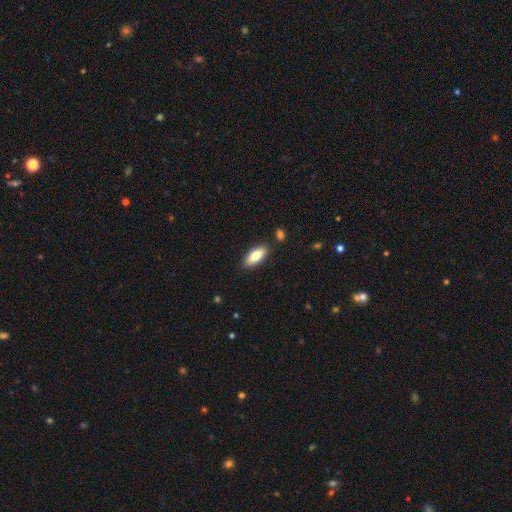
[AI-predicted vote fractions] Smooth or featured? smooth (77%)
How rounded? in between (81%)
Merging? none (87%)